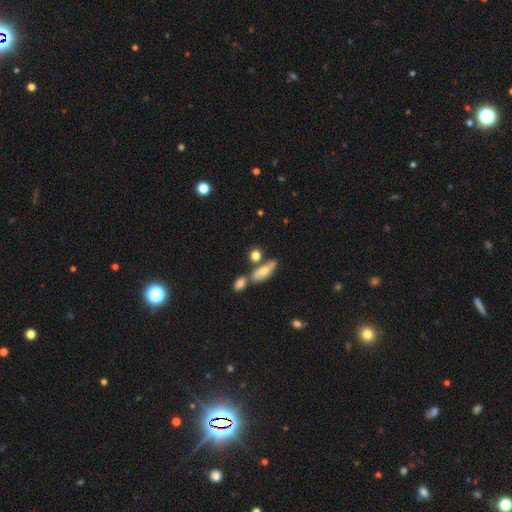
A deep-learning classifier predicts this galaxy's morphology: A smooth galaxy with no disk features (73%) that is in between round and cigar-shaped (52%).

Vote fractions:
- Smooth or featured? smooth: 73% / featured or disk: 18% / star or artifact: 10%
- How rounded? in between: 52% / round: 34% / cigar-shaped: 14%
- Merging? none: 54% / merger: 26% / minor disturbance: 15% / major disturbance: 6%